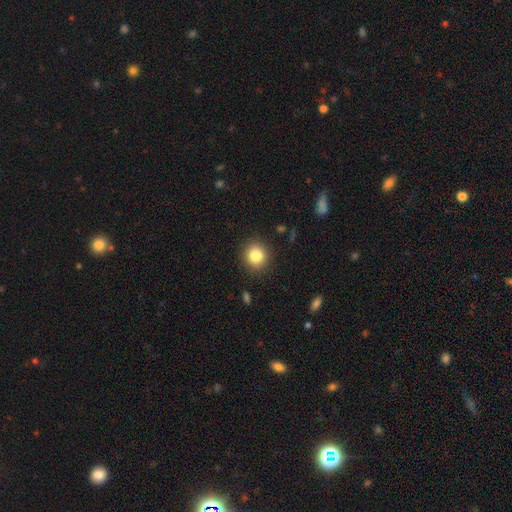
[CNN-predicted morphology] smooth_or_featured: smooth (p=0.83) [alt: star or artifact p=0.10]
how_rounded: round (p=0.88) [alt: in between p=0.11]
merging: none (p=0.90) [alt: minor disturbance p=0.07]